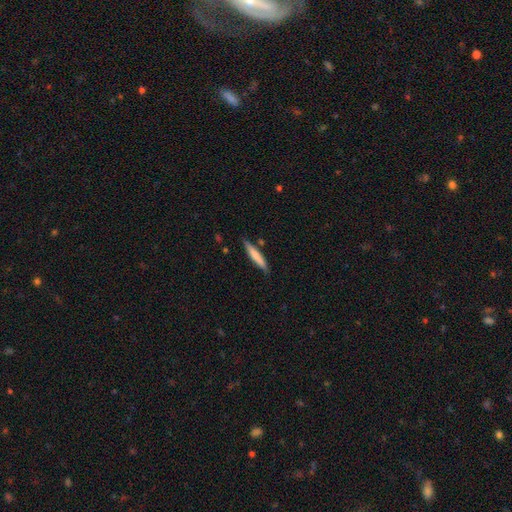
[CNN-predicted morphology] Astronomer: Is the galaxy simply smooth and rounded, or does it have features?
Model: smooth — 70%.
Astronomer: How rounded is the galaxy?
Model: cigar-shaped — 91%.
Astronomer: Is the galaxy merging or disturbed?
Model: none — 82%.